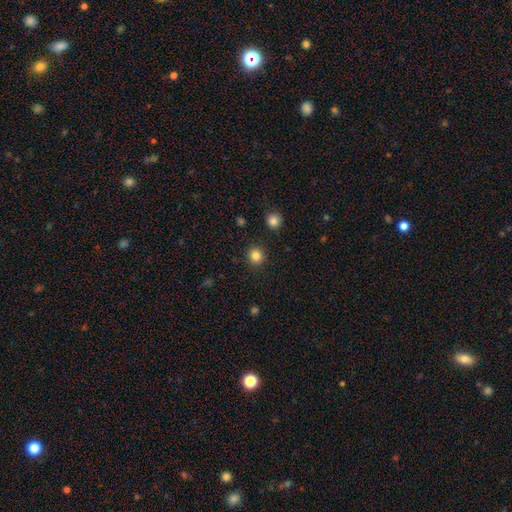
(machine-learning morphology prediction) Smooth or featured?
  - smooth: 84% *
  - star or artifact: 12%
  - featured or disk: 4%
How rounded?
  - round: 89% *
  - in between: 10%
  - cigar-shaped: 1%
Merging?
  - none: 91% *
  - minor disturbance: 6%
  - major disturbance: 2%
  - merger: 2%